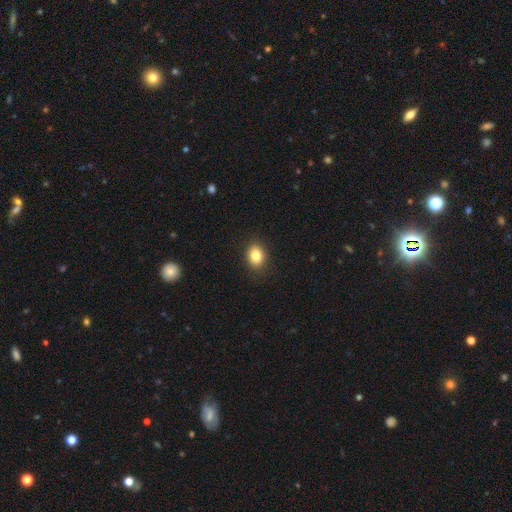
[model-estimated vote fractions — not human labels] smooth_or_featured: smooth (p=0.83) [alt: star or artifact p=0.10]
how_rounded: in between (p=0.61) [alt: round p=0.38]
merging: none (p=0.88) [alt: minor disturbance p=0.08]